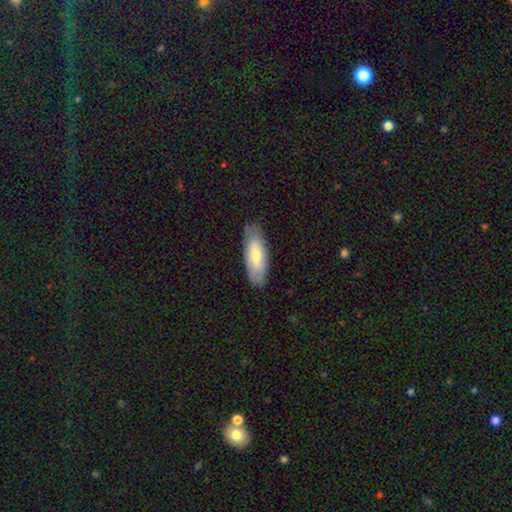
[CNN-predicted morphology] A smooth galaxy with no disk features (65%) that is in between round and cigar-shaped (71%). Merging: none (82%).